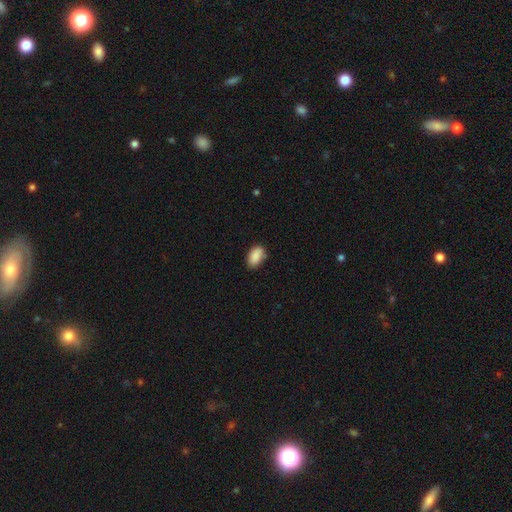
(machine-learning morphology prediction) smooth-or-featured: smooth: 88% | star or artifact: 7% | featured or disk: 4%
  how-rounded: in between: 91% | round: 7% | cigar-shaped: 2%
  merging: none: 73% | minor disturbance: 21% | major disturbance: 4% | merger: 2%